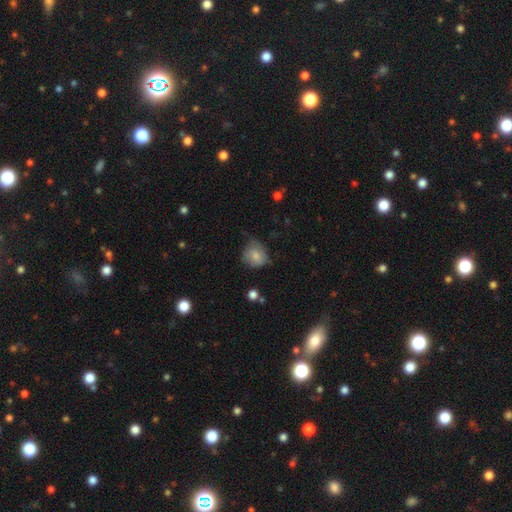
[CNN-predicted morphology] Smooth or featured? smooth (76%)
How rounded? round (72%)
Merging? none (49%)